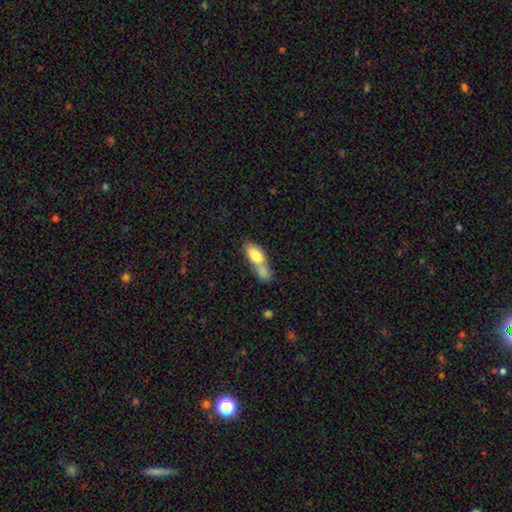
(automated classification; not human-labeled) Smooth or featured? smooth (75%)
How rounded? in between (77%)
Merging? merger (66%)